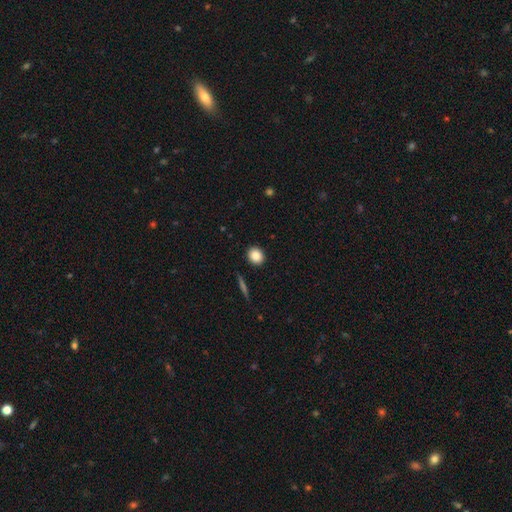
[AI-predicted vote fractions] Smooth or featured? smooth (86%)
How rounded? round (71%)
Merging? none (91%)